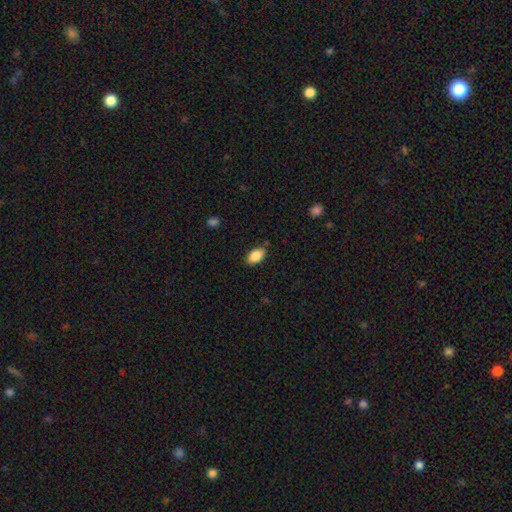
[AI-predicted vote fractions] Morphology: type=smooth (87%); roundness=in between (92%); merging=none (82%).